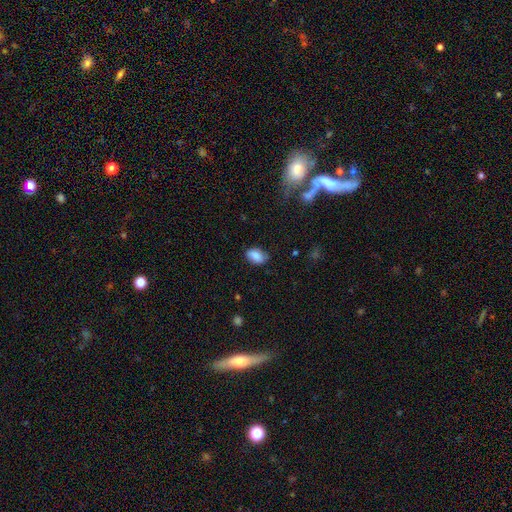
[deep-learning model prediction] smooth 84%, featured or disk 8%, star or artifact 7%. Down the decision tree: how rounded — in between (89%); merging — none (75%).